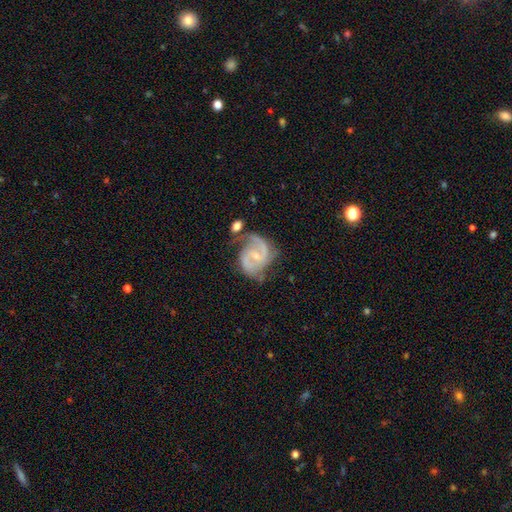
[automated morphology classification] featured or disk 88%, smooth 7%, star or artifact 5%. Down the decision tree: edge-on disk — no (98%); bar — no (45%); spiral arms — yes (97%); spiral arm count — 2 (80%); spiral winding — medium (54%); bulge size — small (65%); merging — none (54%).